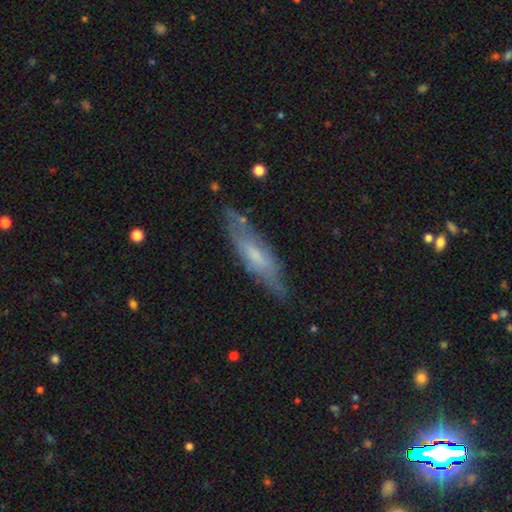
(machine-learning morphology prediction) Smooth or featured? Predicted: featured or disk (p=0.49). Merging? Predicted: none (p=0.71).